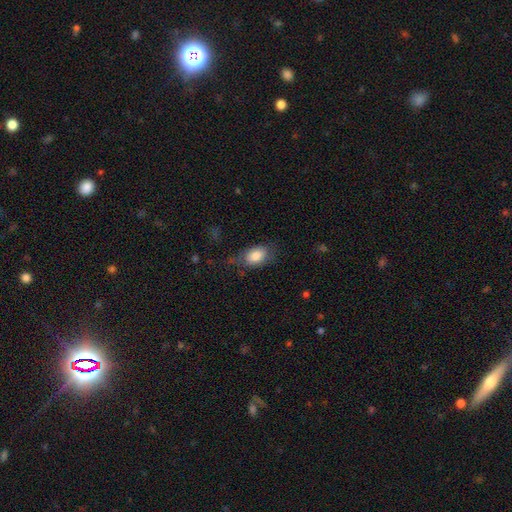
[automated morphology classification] smooth_or_featured: smooth (p=0.80) [alt: featured or disk p=0.13]
how_rounded: in between (p=0.87) [alt: round p=0.10]
merging: none (p=0.52) [alt: minor disturbance p=0.28]